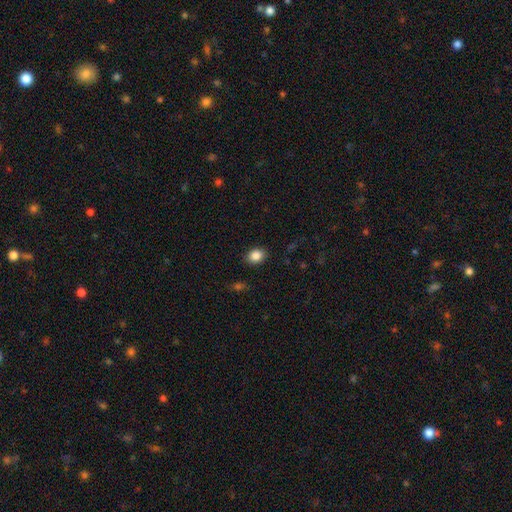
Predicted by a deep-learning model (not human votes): The model was most divided on "how rounded": in between: 59%, round: 40%, cigar-shaped: 1%. More confident: merging — none (87%); smooth or featured — smooth (86%).